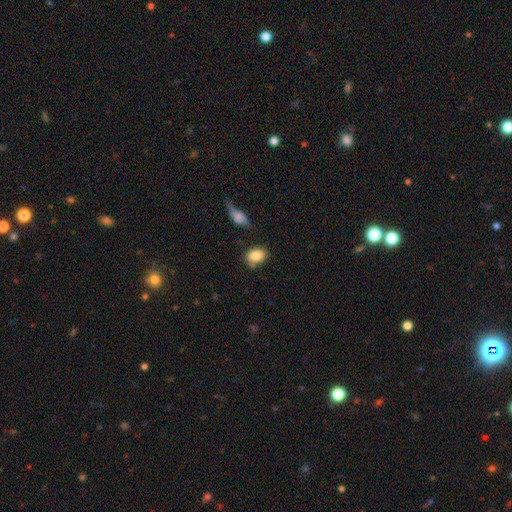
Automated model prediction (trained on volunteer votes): Smooth or featured? Predicted: smooth (p=0.86). How rounded? Predicted: in between (p=0.72). Merging? Predicted: none (p=0.69).